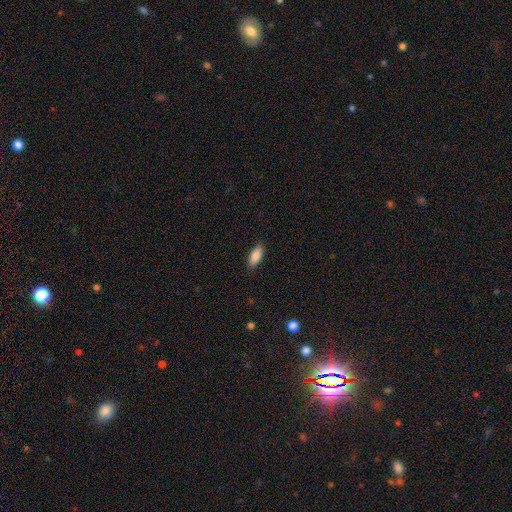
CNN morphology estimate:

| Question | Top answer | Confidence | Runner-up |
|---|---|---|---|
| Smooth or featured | smooth | 87% | featured or disk (7%) |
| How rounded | in between | 81% | cigar-shaped (17%) |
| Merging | none | 88% | minor disturbance (9%) |